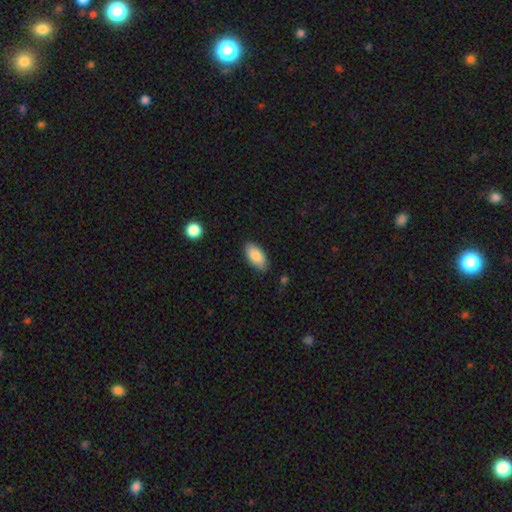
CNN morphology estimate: Smooth or featured: smooth — 84% (featured or disk — 9%)
How rounded: in between — 92% (cigar-shaped — 5%)
Merging: none — 86% (minor disturbance — 10%)